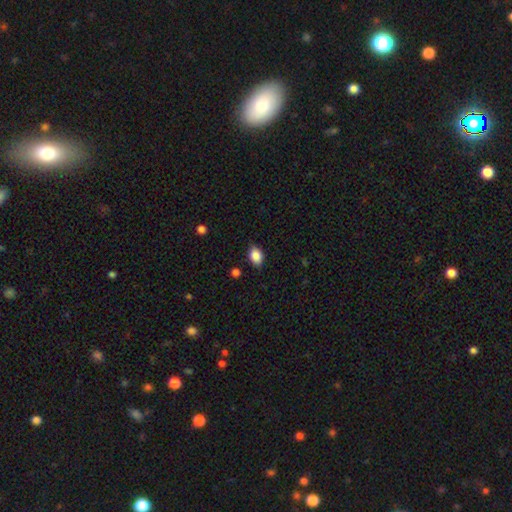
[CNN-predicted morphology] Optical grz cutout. It shows a smooth galaxy with no disk features (86%) that is in between round and cigar-shaped (80%). Merging: none (81%).